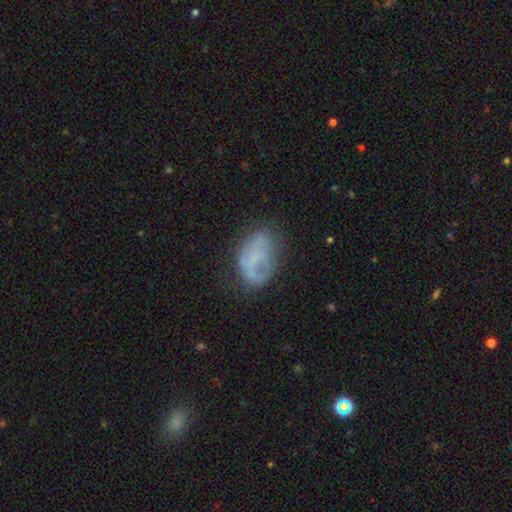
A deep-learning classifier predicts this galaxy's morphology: smooth 50%, featured or disk 38%, star or artifact 12%. Down the decision tree: merging — none (50%).